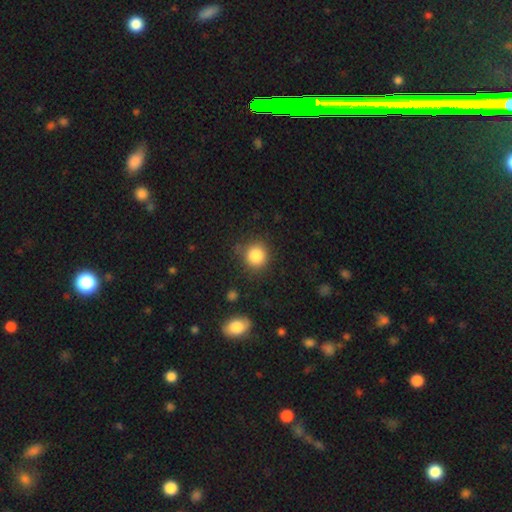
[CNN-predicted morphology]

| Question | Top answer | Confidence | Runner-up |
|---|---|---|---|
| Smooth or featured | smooth | 84% | star or artifact (10%) |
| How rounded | round | 89% | in between (10%) |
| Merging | none | 82% | minor disturbance (12%) |